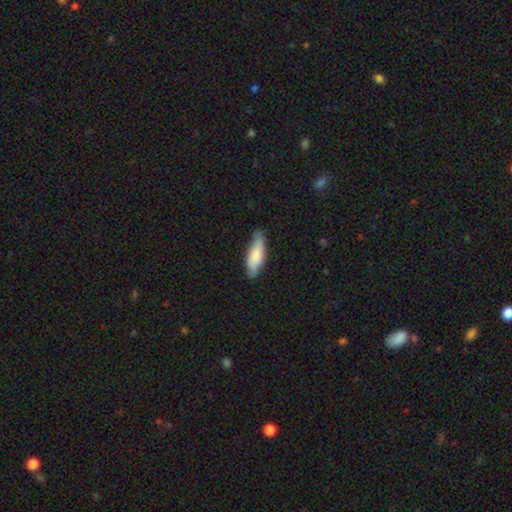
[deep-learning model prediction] Morphology: type=smooth (80%); roundness=in between (54%); merging=none (75%).